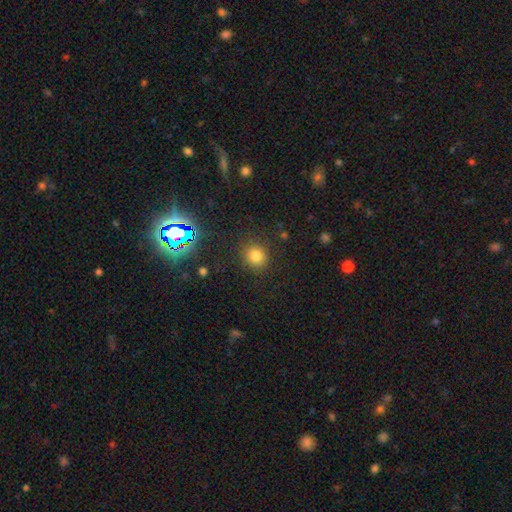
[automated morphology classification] The model was most divided on "smooth or featured": smooth: 76%, star or artifact: 17%, featured or disk: 6%. More confident: how rounded — round (86%); merging — none (86%).